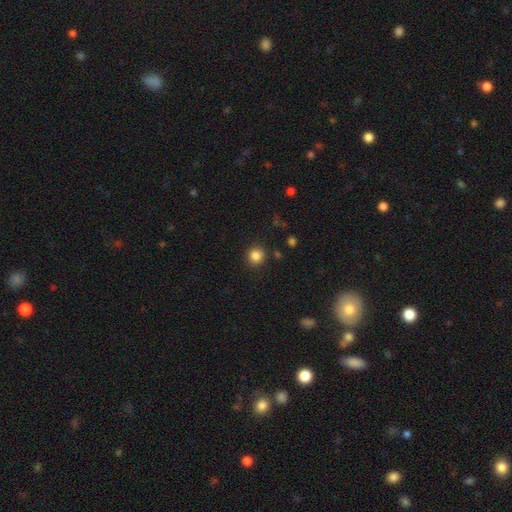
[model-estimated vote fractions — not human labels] Q: Smooth or featured?
A: smooth (85%); runner-up: star or artifact (11%)
Q: How rounded?
A: round (90%); runner-up: in between (9%)
Q: Merging?
A: none (89%); runner-up: minor disturbance (7%)